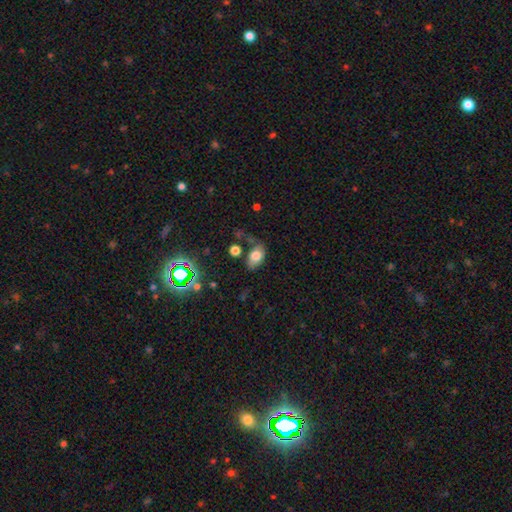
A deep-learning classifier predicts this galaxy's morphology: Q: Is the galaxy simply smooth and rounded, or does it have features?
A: smooth — 73%.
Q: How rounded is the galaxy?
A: in between — 87%.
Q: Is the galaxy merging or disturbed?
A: none — 49%.